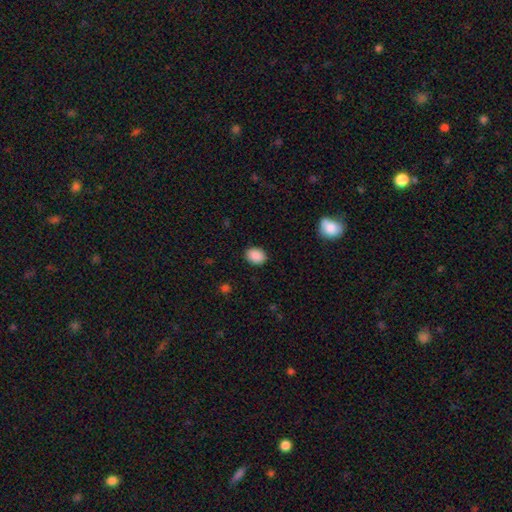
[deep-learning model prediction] smooth 89%, star or artifact 8%, featured or disk 3%. Down the decision tree: how rounded — in between (61%); merging — none (88%).